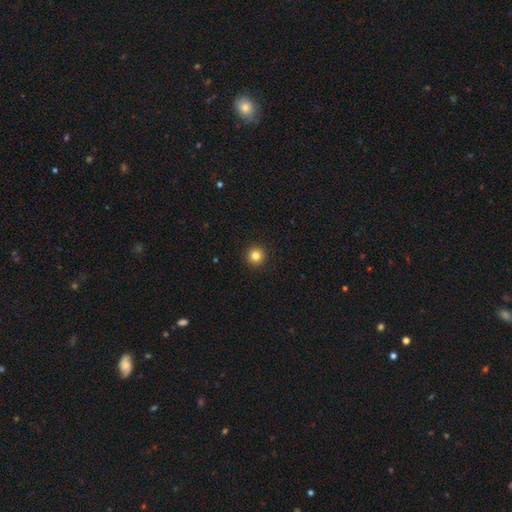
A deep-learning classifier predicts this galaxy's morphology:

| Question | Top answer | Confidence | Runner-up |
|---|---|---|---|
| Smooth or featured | smooth | 83% | star or artifact (12%) |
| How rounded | round | 96% | in between (3%) |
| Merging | none | 93% | minor disturbance (4%) |